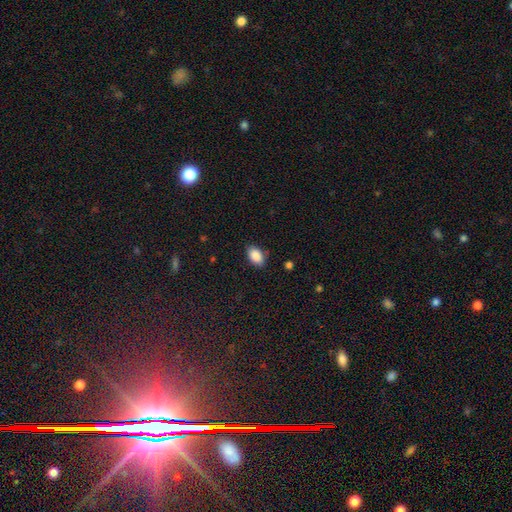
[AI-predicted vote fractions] Overall: smooth (89%). How rounded: in between (91%). Merging: none (85%).